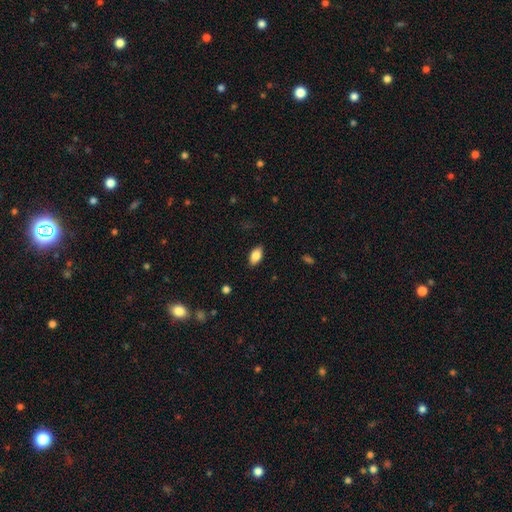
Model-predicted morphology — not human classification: smooth 85%, star or artifact 7%, featured or disk 7%. Down the decision tree: how rounded — in between (92%); merging — none (86%).